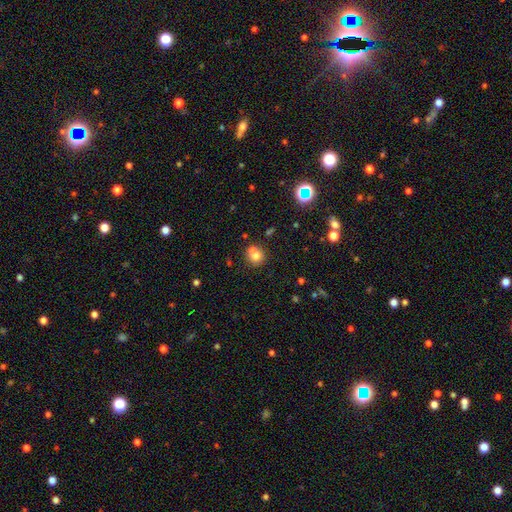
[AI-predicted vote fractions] smooth-or-featured: smooth: 71% | featured or disk: 16% | star or artifact: 13%
  how-rounded: round: 85% | in between: 14% | cigar-shaped: 1%
  merging: none: 46% | merger: 43% | minor disturbance: 8% | major disturbance: 3%